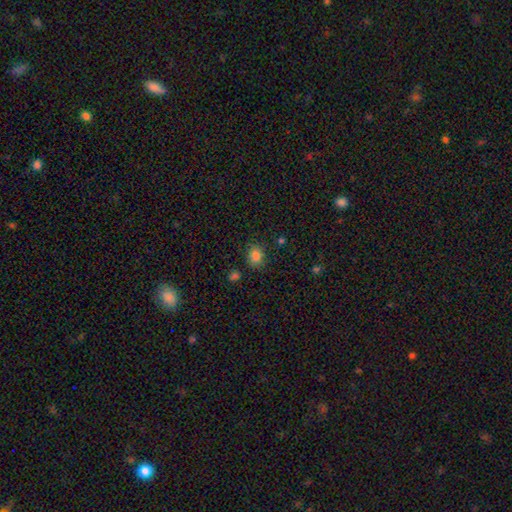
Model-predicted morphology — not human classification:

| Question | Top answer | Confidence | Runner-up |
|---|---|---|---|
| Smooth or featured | smooth | 83% | star or artifact (11%) |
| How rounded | in between | 52% | round (47%) |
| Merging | none | 80% | minor disturbance (13%) |